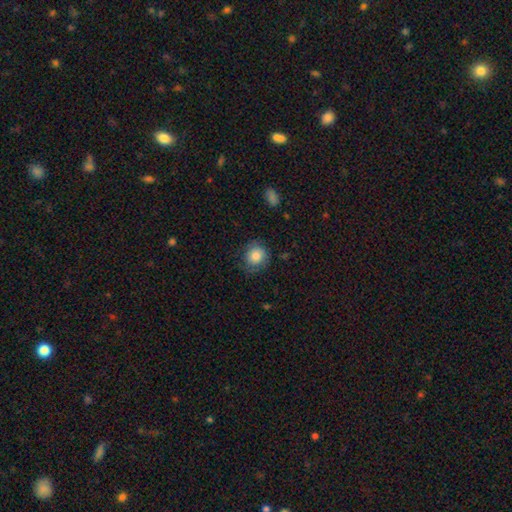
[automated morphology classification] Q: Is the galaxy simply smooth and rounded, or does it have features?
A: smooth — 74%.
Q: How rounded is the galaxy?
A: round — 83%.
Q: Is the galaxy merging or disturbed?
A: none — 71%.